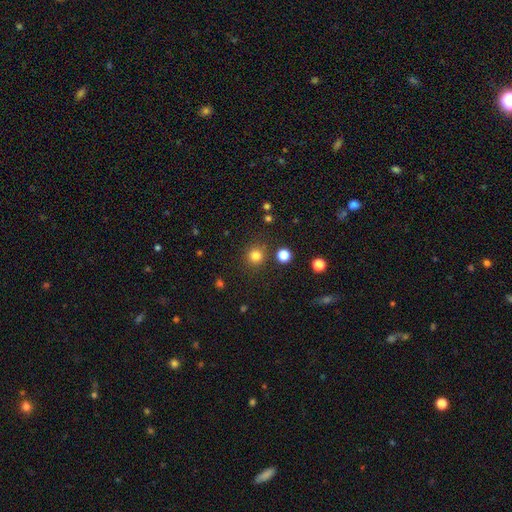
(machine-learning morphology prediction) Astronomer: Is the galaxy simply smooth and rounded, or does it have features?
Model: smooth — 81%.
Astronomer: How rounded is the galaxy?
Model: round — 92%.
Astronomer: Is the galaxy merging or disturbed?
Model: none — 86%.